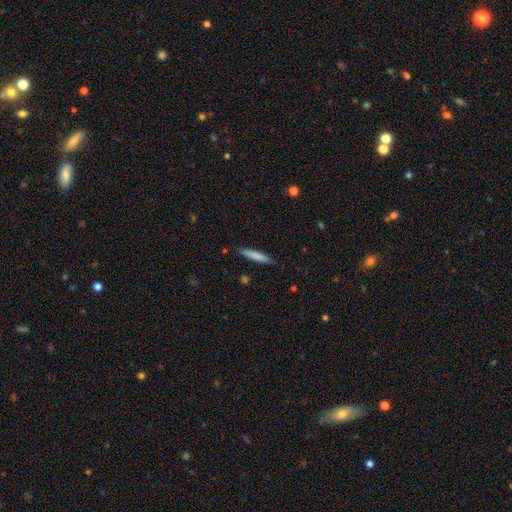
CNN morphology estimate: Smooth or featured? Predicted: smooth (p=0.78). How rounded? Predicted: cigar-shaped (p=0.91). Merging? Predicted: none (p=0.86).